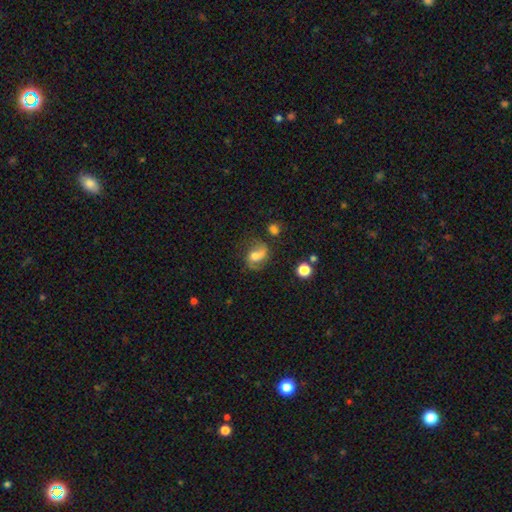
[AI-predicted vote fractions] featured or disk 62%, smooth 27%, star or artifact 11%. Down the decision tree: edge-on disk — no (97%); bar — no (48%); spiral arms — yes (87%); spiral arm count — 2 (76%); spiral winding — loose (56%); bulge size — moderate (51%); merging — none (50%).